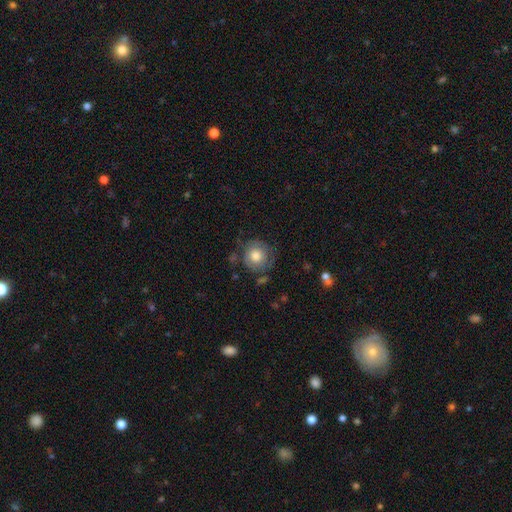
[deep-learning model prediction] A smooth galaxy with no disk features (60%) that is round (91%).

Vote fractions:
- Smooth or featured? smooth: 60% / featured or disk: 32% / star or artifact: 8%
- How rounded? round: 91% / in between: 8% / cigar-shaped: 1%
- Merging? none: 67% / minor disturbance: 20% / major disturbance: 10% / merger: 3%